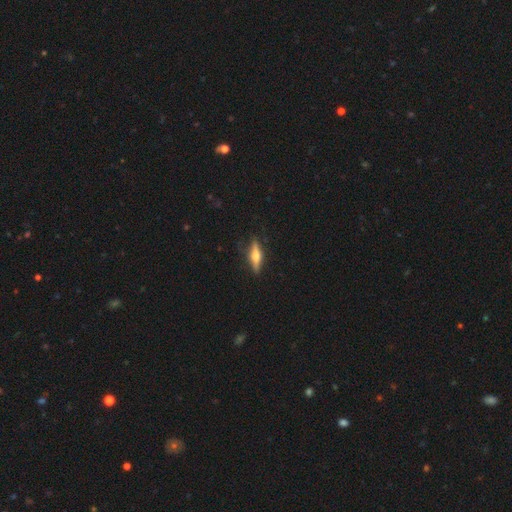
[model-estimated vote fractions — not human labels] Smooth or featured? featured or disk (58%)
Edge-on disk? yes (95%)
Edge-on bulge? rounded (89%)
Merging? none (84%)